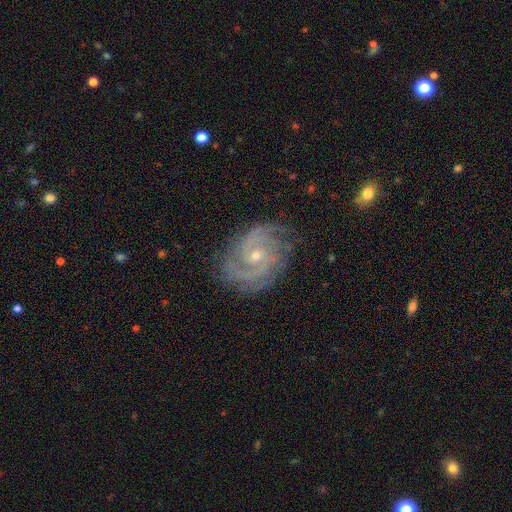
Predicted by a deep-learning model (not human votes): Smooth or featured?
  - featured or disk: 91% *
  - star or artifact: 5%
  - smooth: 4%
Edge-on disk?
  - no: 98% *
  - yes: 2%
Bar?
  - no: 60% *
  - weak: 32%
  - strong: 8%
Spiral arms?
  - yes: 98% *
  - no: 2%
Spiral winding?
  - tight: 55% *
  - medium: 38%
  - loose: 6%
Spiral arm count?
  - 2: 53% *
  - 3: 21%
  - can't tell: 10%
  - 4: 6%
  - more than 4: 5%
  - 1: 5%
Bulge size?
  - small: 64% *
  - moderate: 34%
  - none: 1%
  - large: 1%
  - dominant: 1%
Merging?
  - none: 78% *
  - minor disturbance: 16%
  - major disturbance: 5%
  - merger: 1%